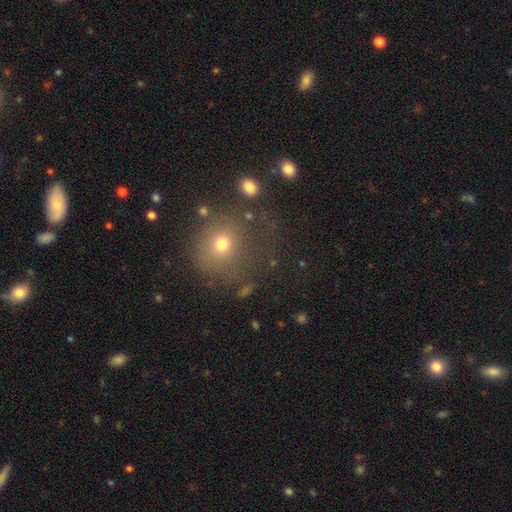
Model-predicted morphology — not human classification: This is possibly a smooth galaxy (52%). How rounded: clearly round (89%). Merging: likely none (73%).